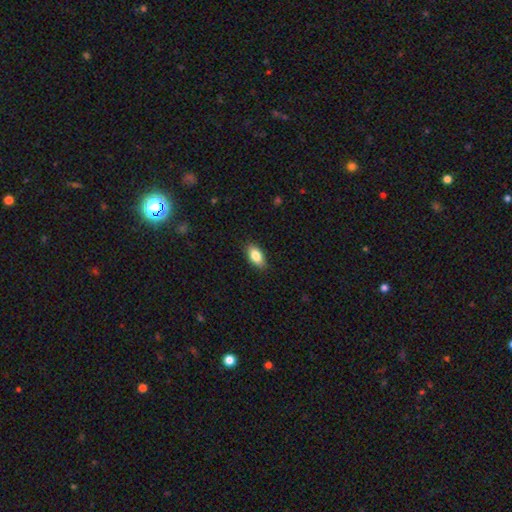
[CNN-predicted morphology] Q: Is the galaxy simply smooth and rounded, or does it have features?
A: smooth — 84%.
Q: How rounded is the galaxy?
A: in between — 90%.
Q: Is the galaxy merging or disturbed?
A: none — 88%.